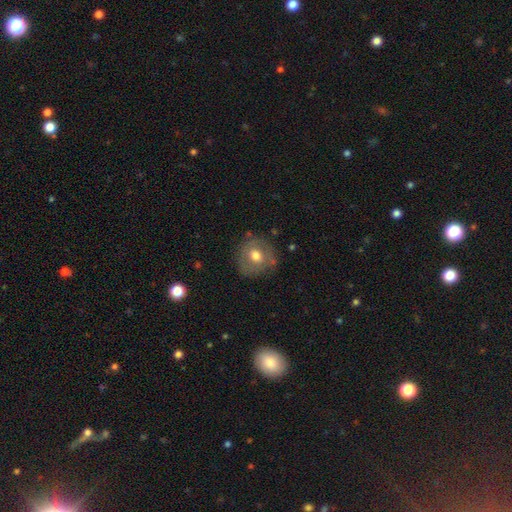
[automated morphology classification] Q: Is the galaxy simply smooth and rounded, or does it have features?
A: smooth — 59%.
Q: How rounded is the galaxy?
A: round — 85%.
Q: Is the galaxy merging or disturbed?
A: none — 76%.